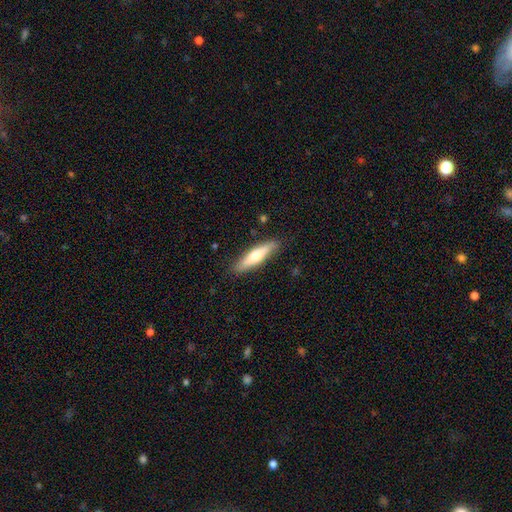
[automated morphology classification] smooth 59%, featured or disk 36%, star or artifact 5%. Down the decision tree: how rounded — cigar-shaped (74%); merging — none (86%).